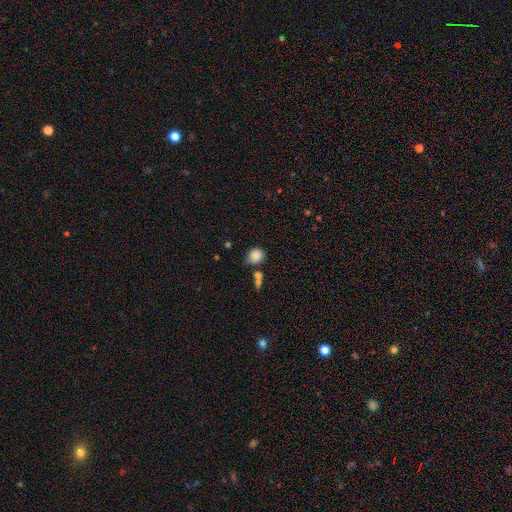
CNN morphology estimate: smooth-or-featured: smooth: 84% | star or artifact: 9% | featured or disk: 7%
  how-rounded: round: 72% | in between: 27% | cigar-shaped: 1%
  merging: none: 55% | minor disturbance: 23% | merger: 15% | major disturbance: 7%